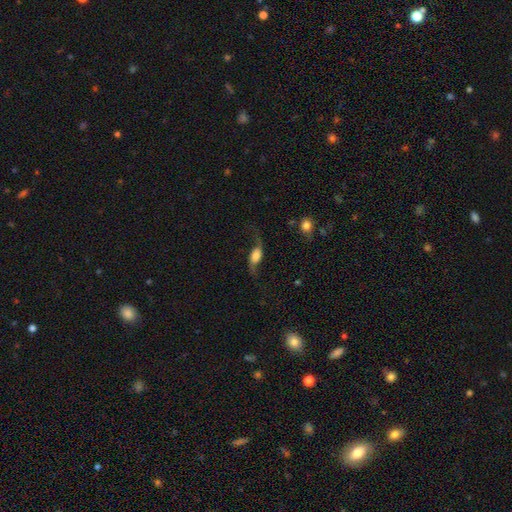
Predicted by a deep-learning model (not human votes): Q: Smooth or featured?
A: featured or disk (68%); runner-up: smooth (24%)
Q: Edge-on disk?
A: no (83%); runner-up: yes (17%)
Q: Bar?
A: no (57%); runner-up: weak (30%)
Q: Spiral arms?
A: yes (93%); runner-up: no (7%)
Q: Spiral winding?
A: loose (92%); runner-up: medium (6%)
Q: Spiral arm count?
A: 2 (92%); runner-up: 1 (3%)
Q: Bulge size?
A: large (38%); runner-up: moderate (28%)
Q: Merging?
A: none (64%); runner-up: minor disturbance (18%)